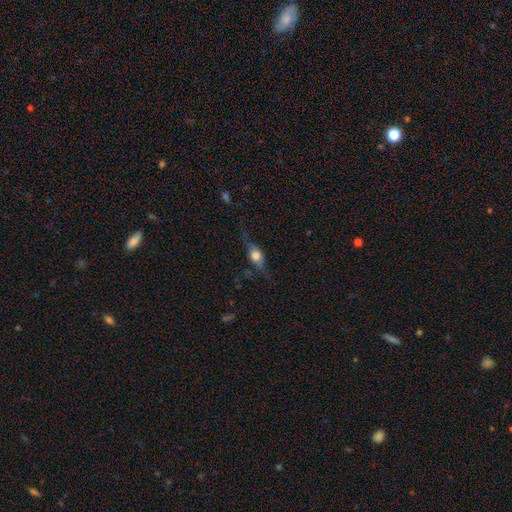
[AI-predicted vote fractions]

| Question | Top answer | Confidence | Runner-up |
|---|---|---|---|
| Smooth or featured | featured or disk | 56% | smooth (36%) |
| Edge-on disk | yes | 88% | no (12%) |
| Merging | none | 68% | minor disturbance (21%) |